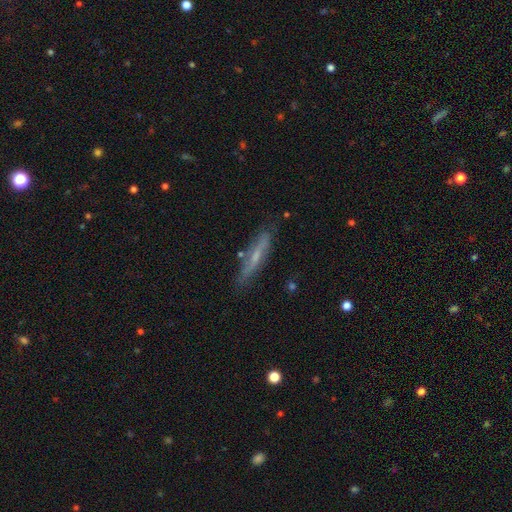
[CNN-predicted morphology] A featured or disk galaxy (54%) viewed edge-on (80%).

Vote fractions:
- Smooth or featured? featured or disk: 54% / smooth: 39% / star or artifact: 8%
- Edge-on disk? yes: 80% / no: 20%
- Merging? none: 77% / minor disturbance: 17% / major disturbance: 4% / merger: 3%